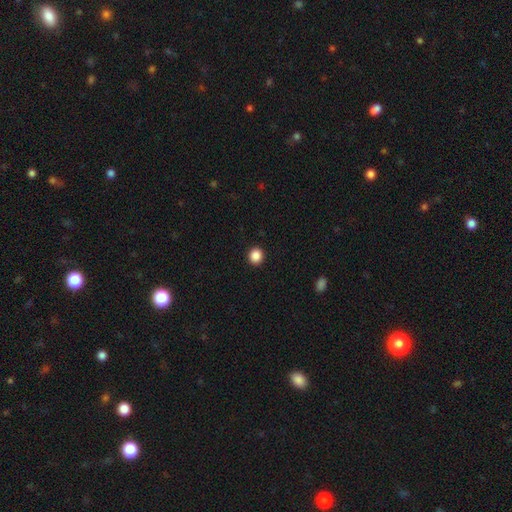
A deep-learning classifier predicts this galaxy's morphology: Smooth or featured? Predicted: smooth (p=0.88). How rounded? Predicted: round (p=0.87). Merging? Predicted: none (p=0.93).